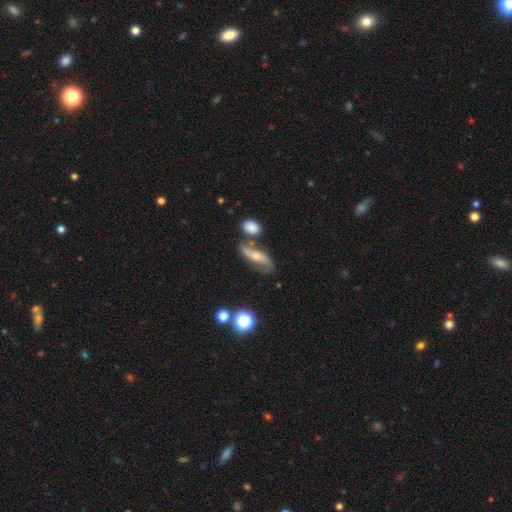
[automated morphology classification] Smooth or featured? featured or disk (66%)
Edge-on disk? no (81%)
Bar? no (42%)
Spiral arms? yes (87%)
Bulge size? moderate (46%, tied with small)
Merging? none (60%)